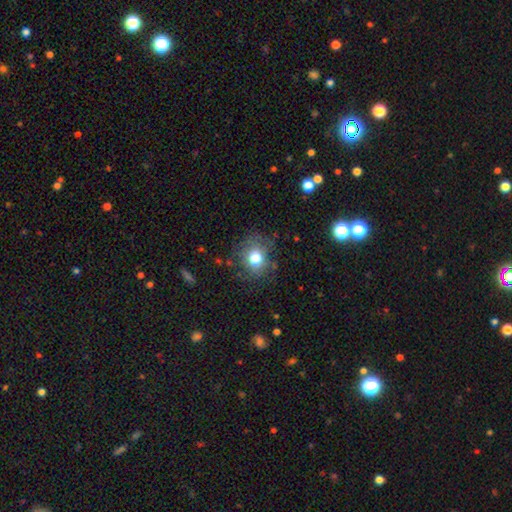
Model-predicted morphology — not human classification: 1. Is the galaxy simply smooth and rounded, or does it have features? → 73% smooth, 15% star or artifact, 13% featured or disk.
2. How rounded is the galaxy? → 77% round, 22% in between, 1% cigar-shaped.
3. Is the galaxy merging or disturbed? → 79% none, 14% minor disturbance, 5% major disturbance, 2% merger.